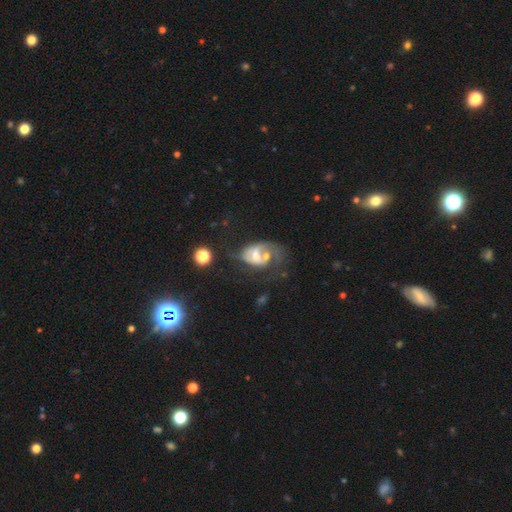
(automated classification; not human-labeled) Smooth or featured: featured or disk — 66% (smooth — 24%)
Edge-on disk: no — 97% (yes — 3%)
Bar: no — 50% (weak — 37%)
Spiral arms: yes — 67% (no — 33%)
Bulge size: moderate — 51% (small — 25%)
Merging: major disturbance — 36% (merger — 30%)